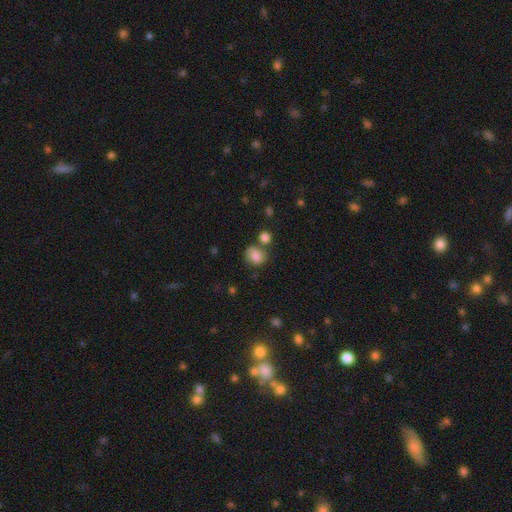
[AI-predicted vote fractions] smooth_or_featured: smooth (p=0.75) [alt: featured or disk p=0.14]
how_rounded: round (p=0.73) [alt: in between p=0.26]
merging: none (p=0.61) [alt: minor disturbance p=0.17]